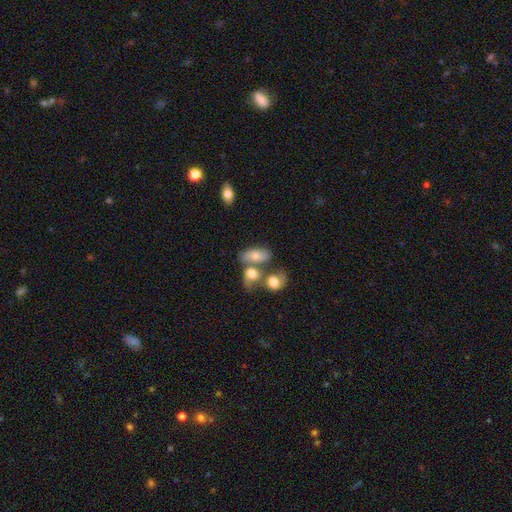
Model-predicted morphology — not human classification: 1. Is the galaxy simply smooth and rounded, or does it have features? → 65% smooth, 25% featured or disk, 9% star or artifact.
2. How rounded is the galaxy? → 83% in between, 13% round, 4% cigar-shaped.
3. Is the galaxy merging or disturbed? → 46% merger, 33% none, 13% minor disturbance, 8% major disturbance.